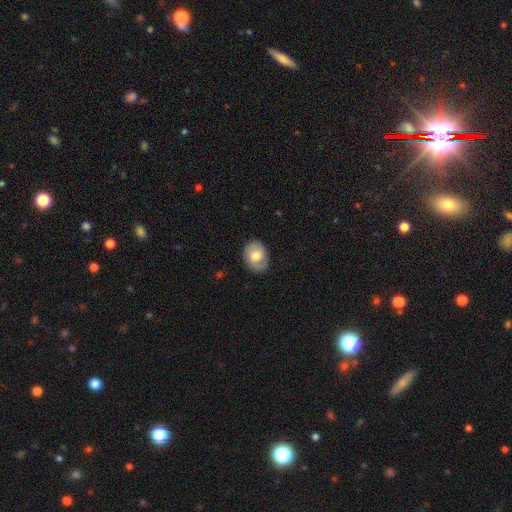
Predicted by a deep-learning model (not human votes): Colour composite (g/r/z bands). It shows a smooth galaxy with no disk features (68%) that is in between round and cigar-shaped (64%). Merging: none (78%).